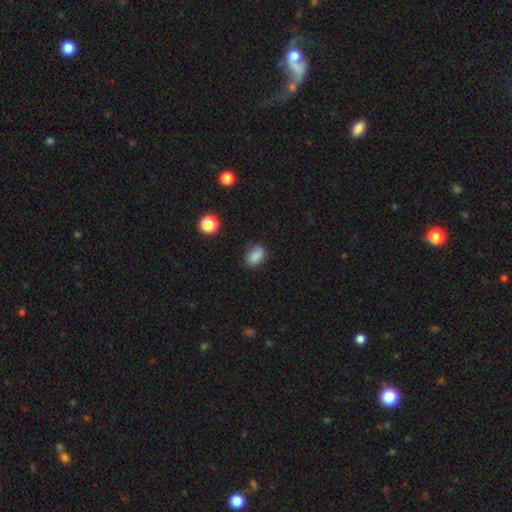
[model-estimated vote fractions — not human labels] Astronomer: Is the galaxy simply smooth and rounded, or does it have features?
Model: smooth — 86%.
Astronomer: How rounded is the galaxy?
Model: in between — 76%.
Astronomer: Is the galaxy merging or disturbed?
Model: none — 78%.